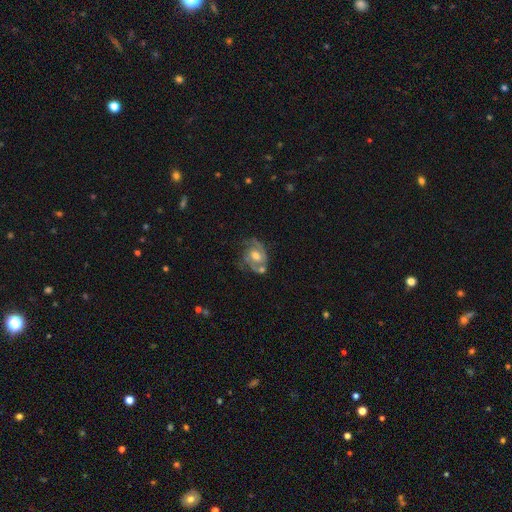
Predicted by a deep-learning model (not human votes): This appears to be a featured or disk galaxy (75%) with no bar (54%), 2 (66%) medium (46%) spiral arms (86%) and a moderate central bulge (68%). Merging: none (47%).